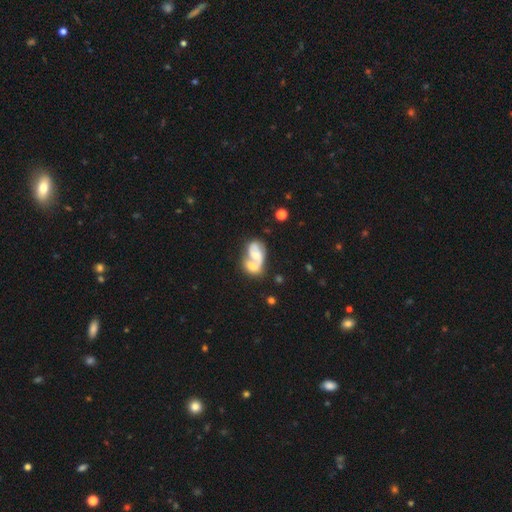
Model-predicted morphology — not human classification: This appears to be a featured or disk galaxy (65%) with no bar (60%), spiral arms (79%) and a moderate central bulge (39%). Merging: merger (67%).